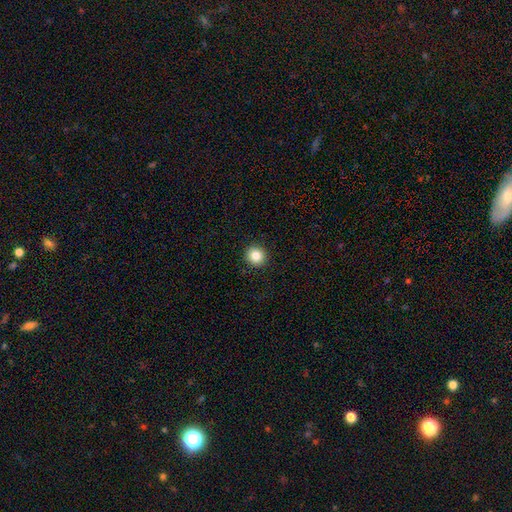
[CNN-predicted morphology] smooth-or-featured: smooth: 84% | star or artifact: 10% | featured or disk: 5%
  how-rounded: round: 93% | in between: 7% | cigar-shaped: 1%
  merging: none: 93% | minor disturbance: 5% | major disturbance: 2% | merger: 1%